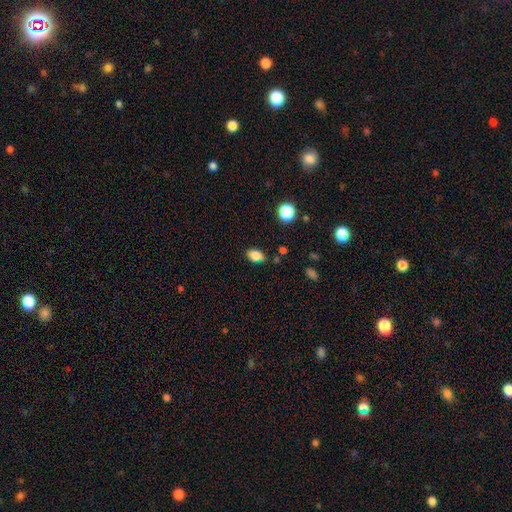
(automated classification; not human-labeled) smooth_or_featured: smooth (p=0.83) [alt: star or artifact p=0.11]
how_rounded: in between (p=0.81) [alt: round p=0.16]
merging: none (p=0.74) [alt: minor disturbance p=0.17]